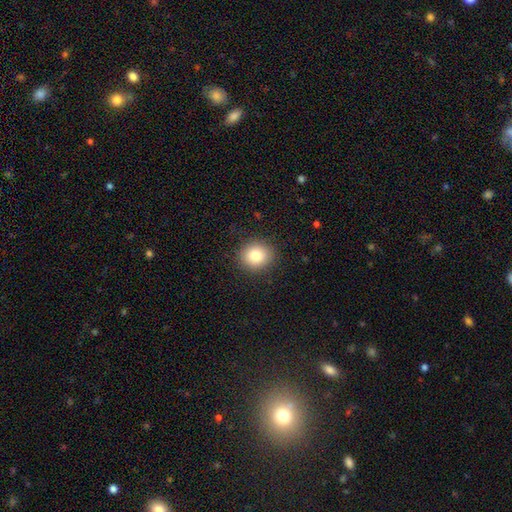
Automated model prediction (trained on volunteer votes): smooth_or_featured: smooth (p=0.82) [alt: star or artifact p=0.10]
how_rounded: round (p=0.83) [alt: in between p=0.16]
merging: none (p=0.90) [alt: minor disturbance p=0.07]